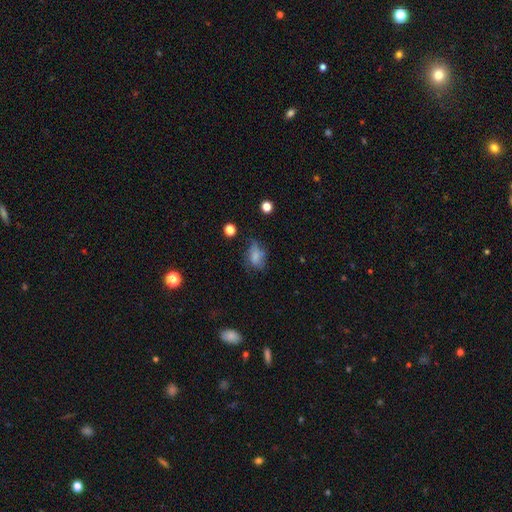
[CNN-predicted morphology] A smooth galaxy with no disk features (65%) that is in between round and cigar-shaped (78%).

Vote fractions:
- Smooth or featured? smooth: 65% / featured or disk: 20% / star or artifact: 14%
- How rounded? in between: 78% / round: 18% / cigar-shaped: 4%
- Merging? none: 42% / minor disturbance: 32% / major disturbance: 22% / merger: 4%